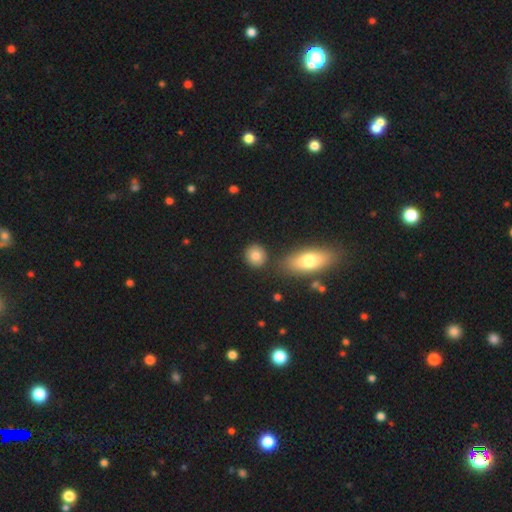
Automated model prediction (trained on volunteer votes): This appears to be a smooth galaxy with no disk features (82%) that is round (83%). Merging: none (83%).